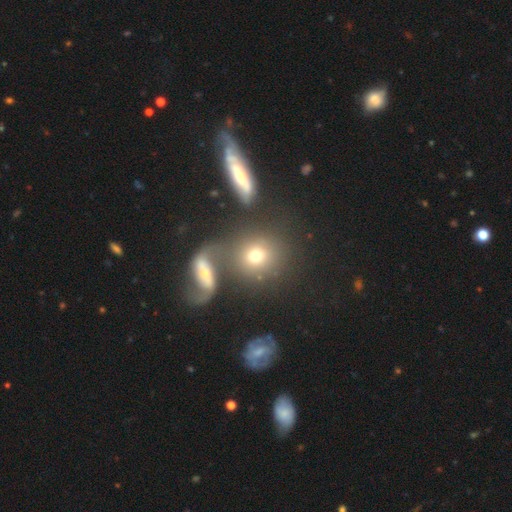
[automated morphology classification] Smooth or featured? smooth (70%)
How rounded? round (79%)
Merging? none (49%)